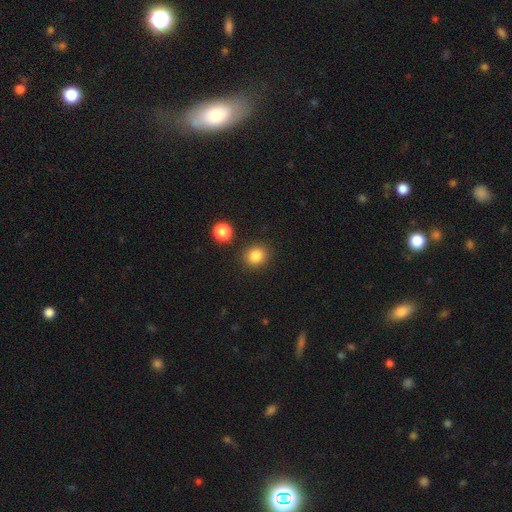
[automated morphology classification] smooth 85%, star or artifact 11%, featured or disk 5%. Down the decision tree: how rounded — round (78%); merging — none (86%).